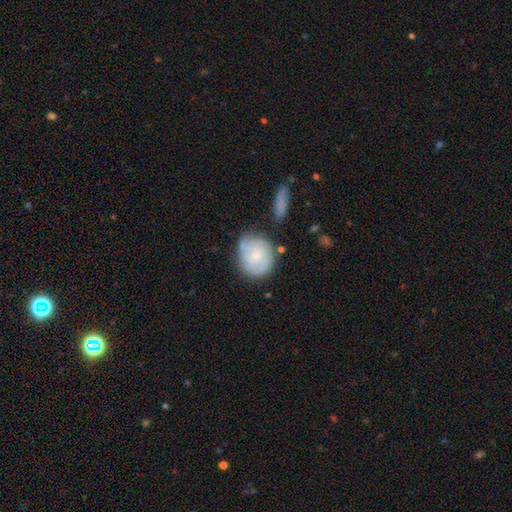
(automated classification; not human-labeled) Morphology: type=featured or disk (68%); edge-on=no (98%); bar=no (73%); spiral arms=yes (93%); winding=tight (66%); arm count=2 (35%); bulge=small (67%); merging=none (69%).